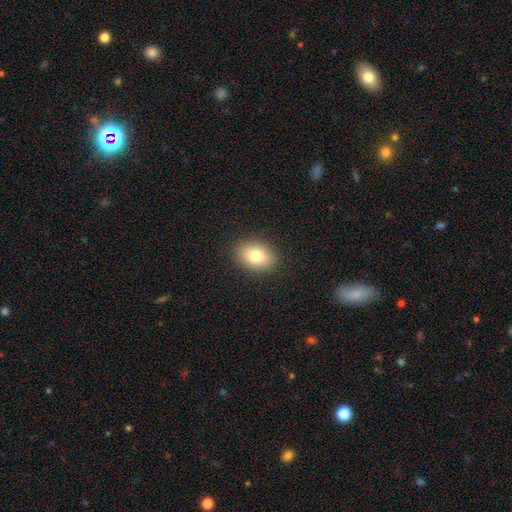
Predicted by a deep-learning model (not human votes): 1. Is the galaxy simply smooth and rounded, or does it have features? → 81% smooth, 10% featured or disk, 9% star or artifact.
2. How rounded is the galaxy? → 75% in between, 24% round, 1% cigar-shaped.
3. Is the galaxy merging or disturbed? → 89% none, 8% minor disturbance, 2% major disturbance, 1% merger.